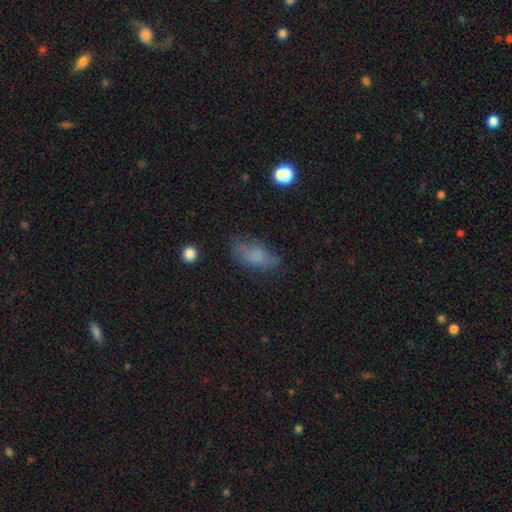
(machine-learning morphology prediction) type=smooth (73%); roundness=in between (87%); merging=none (61%).